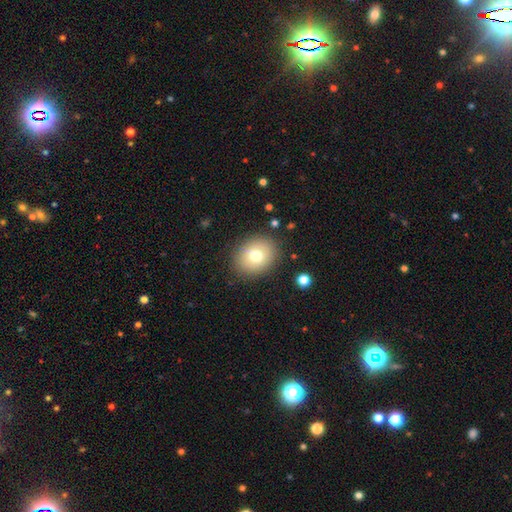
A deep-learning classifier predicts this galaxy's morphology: A smooth galaxy with no disk features (74%) that is round (52%).

Vote fractions:
- Smooth or featured? smooth: 74% / featured or disk: 15% / star or artifact: 10%
- How rounded? round: 52% / in between: 47% / cigar-shaped: 1%
- Merging? none: 86% / minor disturbance: 9% / major disturbance: 3% / merger: 1%